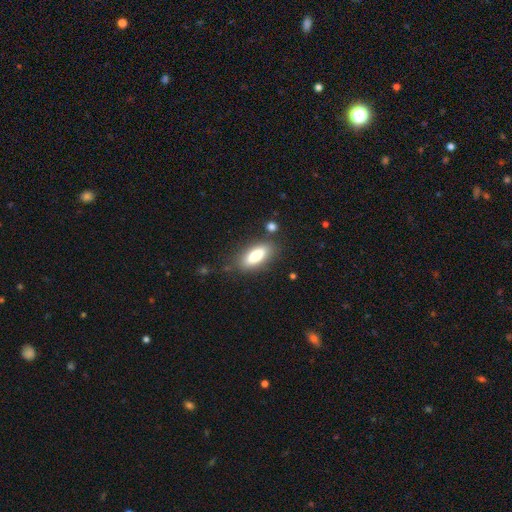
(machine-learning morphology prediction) Smooth or featured?
  - smooth: 75% *
  - featured or disk: 17%
  - star or artifact: 7%
How rounded?
  - in between: 76% *
  - cigar-shaped: 21%
  - round: 3%
Merging?
  - none: 81% *
  - minor disturbance: 12%
  - major disturbance: 4%
  - merger: 4%